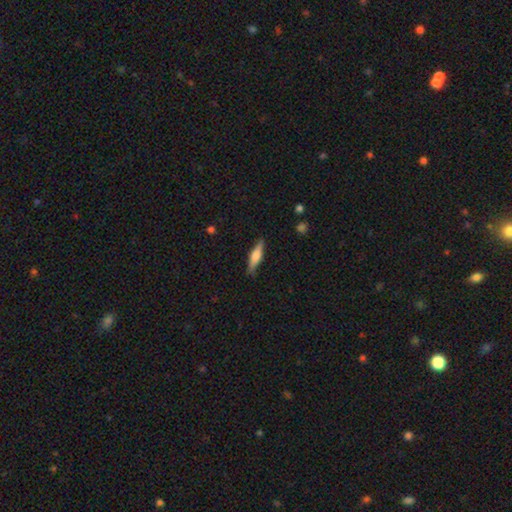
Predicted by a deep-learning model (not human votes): Overall: smooth (50%; featured or disk 43%). How rounded: cigar-shaped (76%). Merging: none (87%).